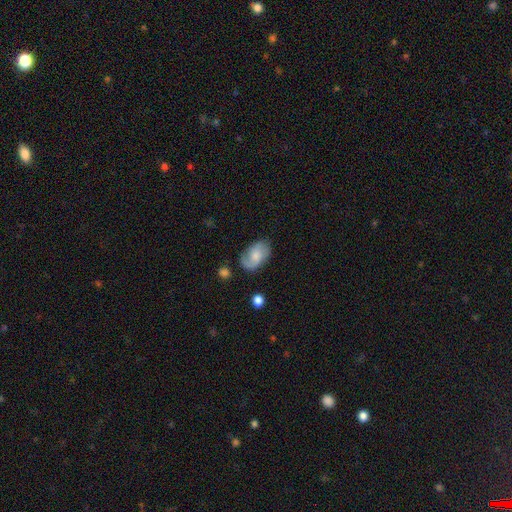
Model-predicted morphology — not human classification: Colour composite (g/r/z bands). It shows a featured or disk galaxy (51%). Merging: none (67%).